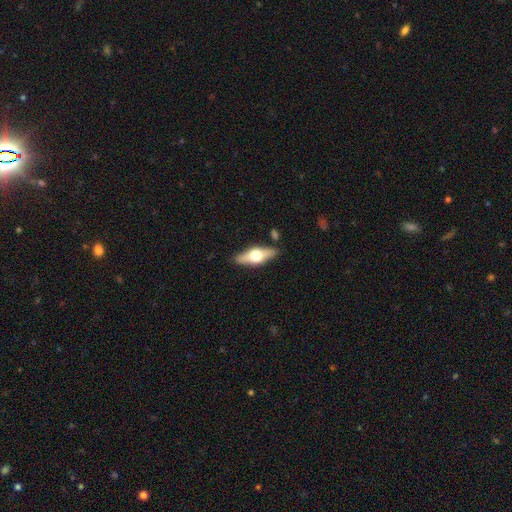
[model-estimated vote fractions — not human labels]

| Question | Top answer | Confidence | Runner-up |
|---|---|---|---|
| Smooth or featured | featured or disk | 58% | smooth (36%) |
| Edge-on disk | yes | 92% | no (8%) |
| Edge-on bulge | rounded | 95% | boxy (4%) |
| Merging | none | 86% | minor disturbance (10%) |